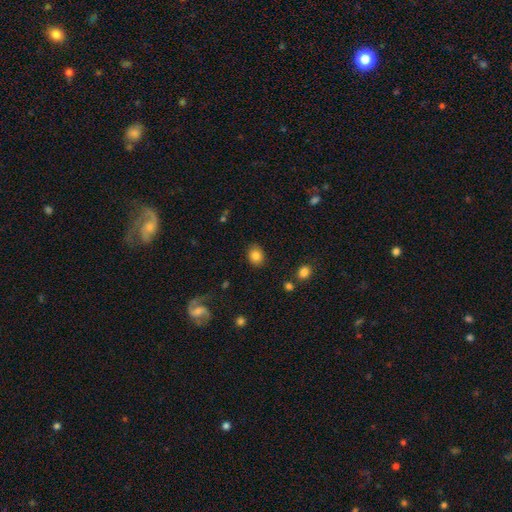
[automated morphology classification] Smooth or featured: smooth — 84% (star or artifact — 9%)
How rounded: round — 55% (in between — 44%)
Merging: none — 84% (minor disturbance — 11%)